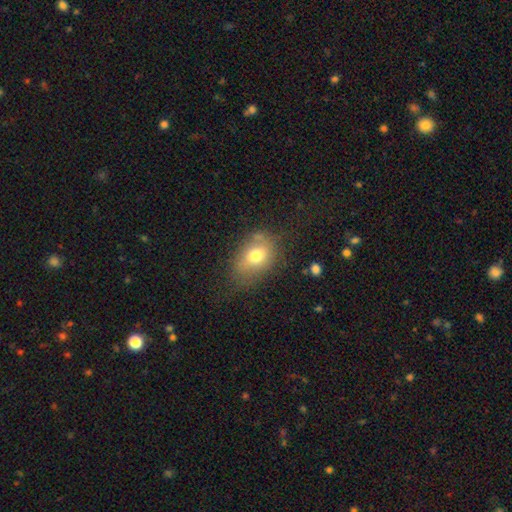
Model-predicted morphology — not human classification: smooth_or_featured: smooth (p=0.70) [alt: featured or disk p=0.18]
how_rounded: in between (p=0.70) [alt: round p=0.29]
merging: none (p=0.58) [alt: minor disturbance p=0.26]